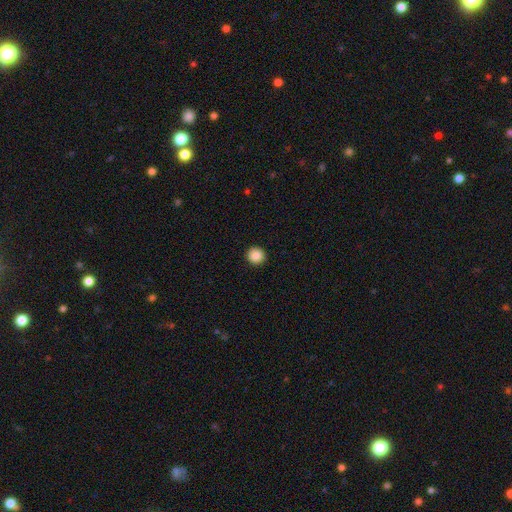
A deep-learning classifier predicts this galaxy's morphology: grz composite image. It shows a smooth galaxy with no disk features (88%) that is round (94%). Merging: none (93%).